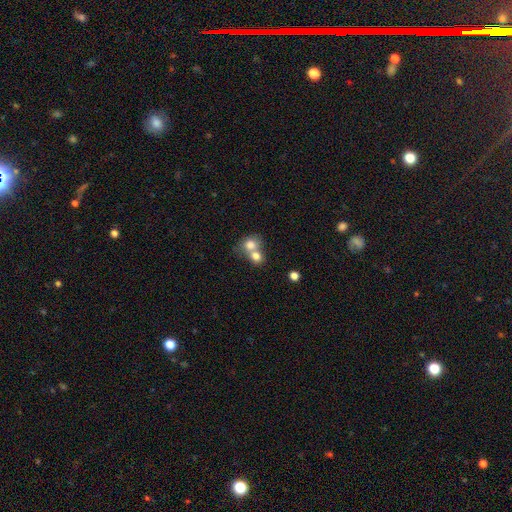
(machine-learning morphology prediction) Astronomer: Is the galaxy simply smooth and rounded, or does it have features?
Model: smooth — 76%.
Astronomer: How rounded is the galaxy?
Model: round — 67%.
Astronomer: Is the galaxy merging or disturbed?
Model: merger — 66%.